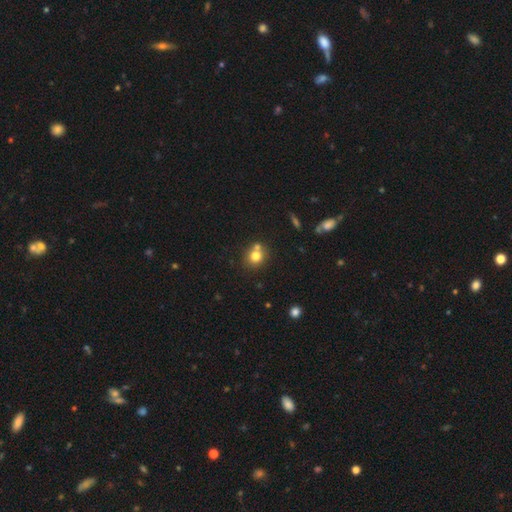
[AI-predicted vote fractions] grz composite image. It shows a smooth galaxy with no disk features (76%) that is round (80%). Merging: none (56%).